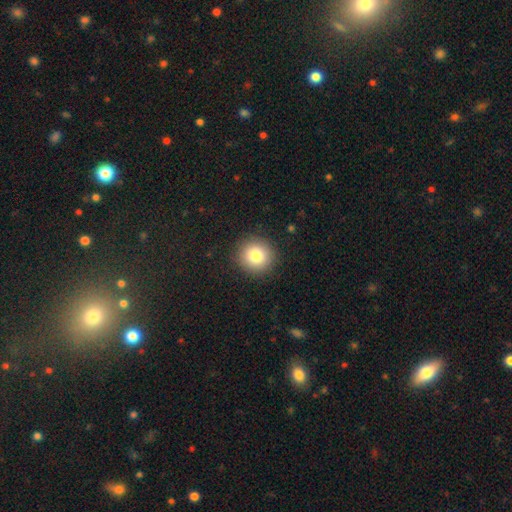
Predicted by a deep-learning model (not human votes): Smooth or featured: smooth — 82% (star or artifact — 10%)
How rounded: round — 93% (in between — 6%)
Merging: none — 91% (minor disturbance — 6%)